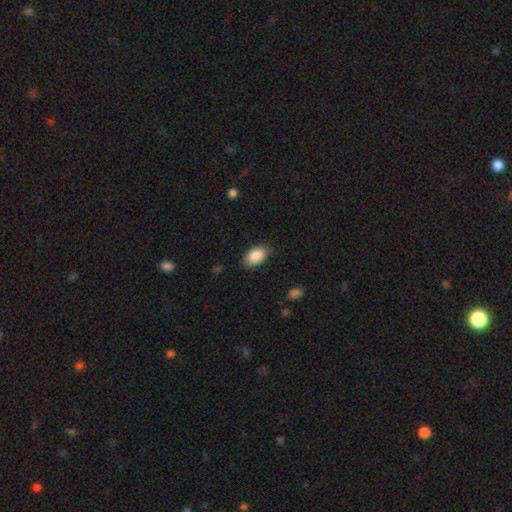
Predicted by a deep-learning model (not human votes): smooth-or-featured: smooth: 88% | star or artifact: 7% | featured or disk: 5%
  how-rounded: in between: 93% | round: 6% | cigar-shaped: 1%
  merging: none: 83% | minor disturbance: 14% | major disturbance: 3% | merger: 1%